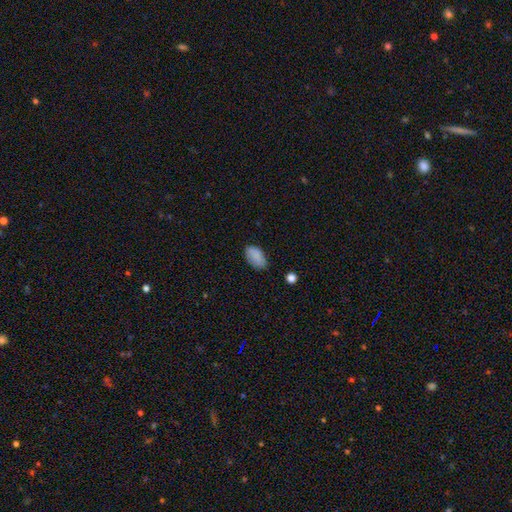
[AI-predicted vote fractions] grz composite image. It shows a smooth galaxy with no disk features (86%) that is in between round and cigar-shaped (93%). Merging: none (71%).